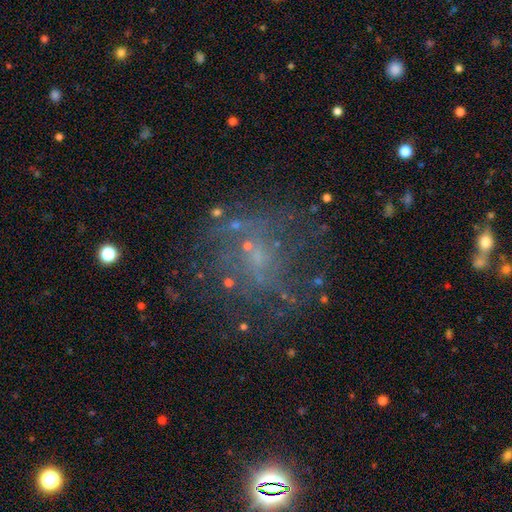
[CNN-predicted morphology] This appears to be a featured or disk galaxy (45%). Merging: none (62%).